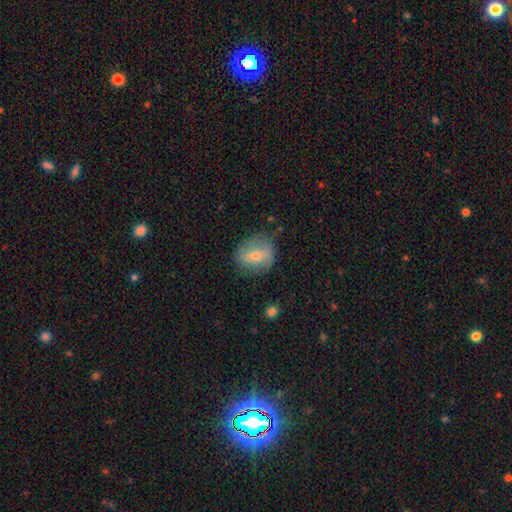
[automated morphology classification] smooth-or-featured: smooth: 55% | featured or disk: 36% | star or artifact: 9%
  how-rounded: round: 59% | in between: 39% | cigar-shaped: 2%
  merging: none: 69% | minor disturbance: 22% | major disturbance: 8% | merger: 2%